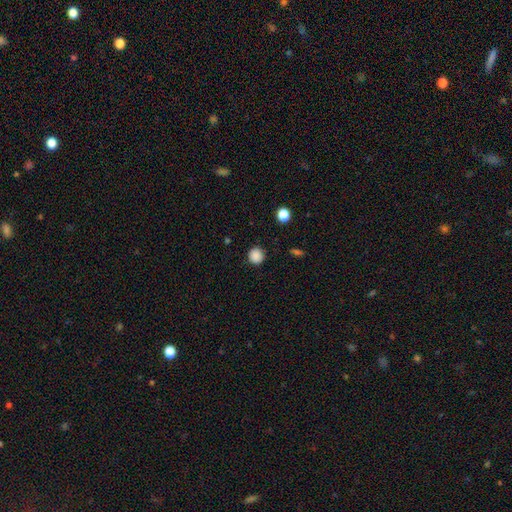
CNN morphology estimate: Smooth or featured: smooth — 87% (star or artifact — 10%)
How rounded: round — 91% (in between — 8%)
Merging: none — 89% (minor disturbance — 7%)